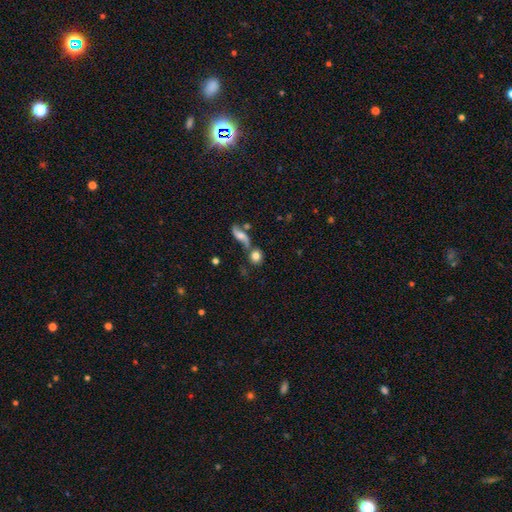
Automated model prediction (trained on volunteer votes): Q: Smooth or featured?
A: smooth (76%); runner-up: featured or disk (14%)
Q: How rounded?
A: round (80%); runner-up: in between (17%)
Q: Merging?
A: none (55%); runner-up: merger (28%)